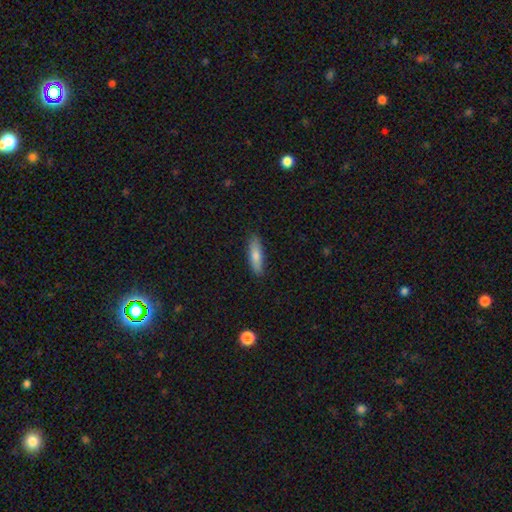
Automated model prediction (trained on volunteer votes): Q: Smooth or featured?
A: smooth (73%); runner-up: featured or disk (20%)
Q: How rounded?
A: cigar-shaped (63%); runner-up: in between (35%)
Q: Merging?
A: none (87%); runner-up: minor disturbance (10%)